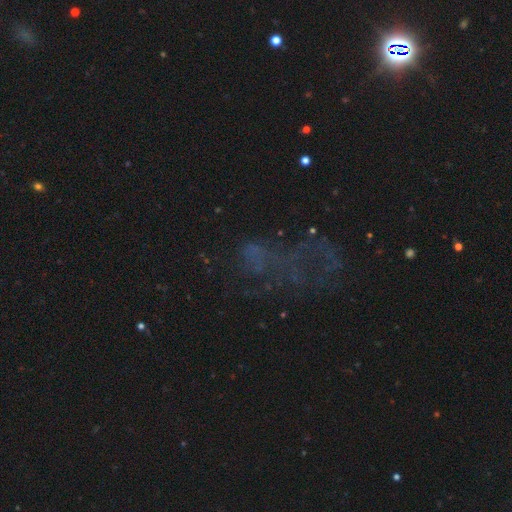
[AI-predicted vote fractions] star or artifact 37% (tied), featured or disk 37% (tied), smooth 26%.